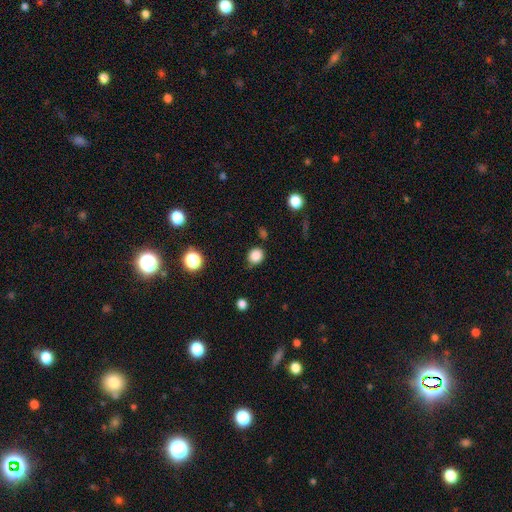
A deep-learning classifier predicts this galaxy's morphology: Smooth or featured? smooth (85%)
How rounded? round (78%)
Merging? none (76%)